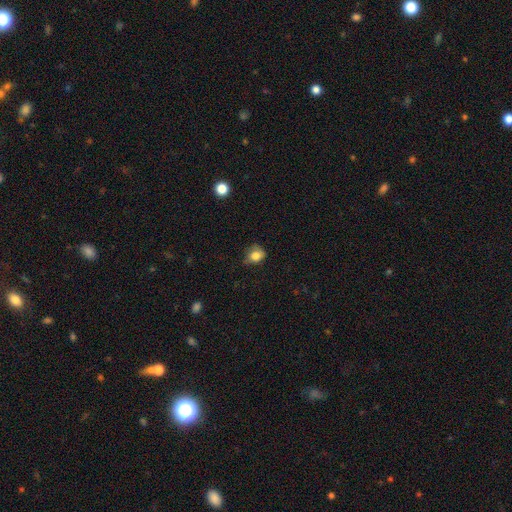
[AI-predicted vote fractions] Smooth or featured? Predicted: smooth (p=0.80). How rounded? Predicted: round (p=0.51). Merging? Predicted: none (p=0.51).